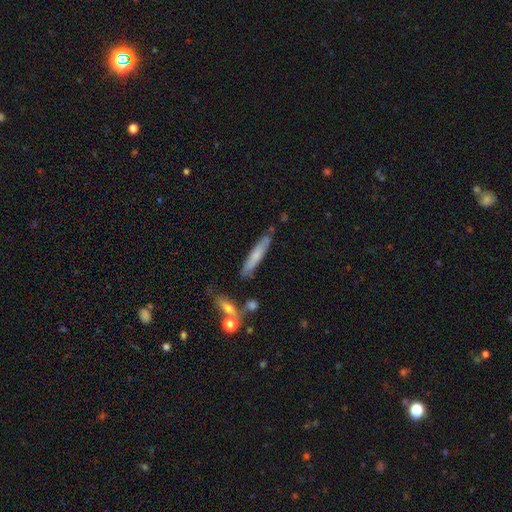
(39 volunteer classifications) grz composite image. It shows a smooth galaxy with no disk features (56%) that is cigar-shaped (95%). Merging: none (70%).